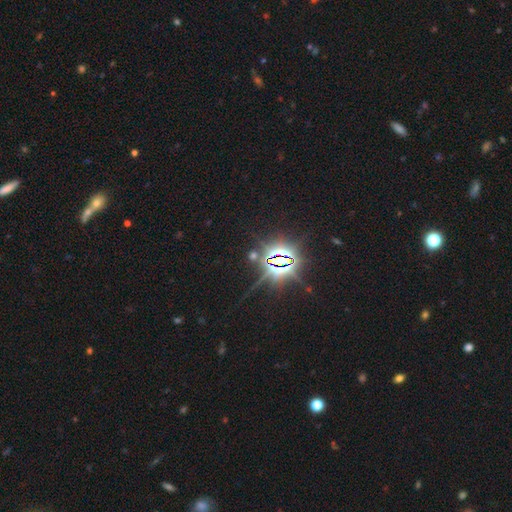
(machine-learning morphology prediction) This is clearly a star or artifact rather than a galaxy (85%).